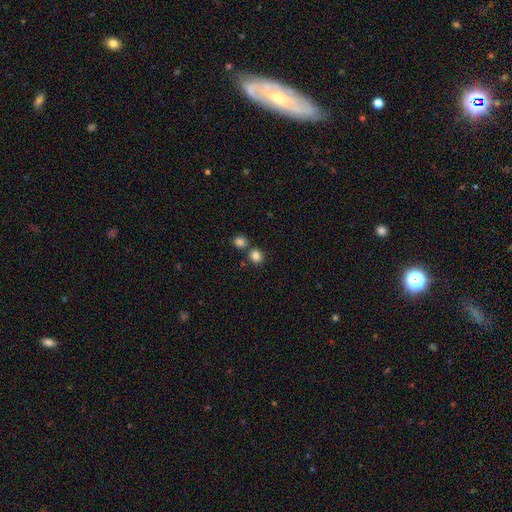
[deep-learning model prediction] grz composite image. It shows a smooth galaxy with no disk features (84%) that is round (78%). Merging: none (65%).